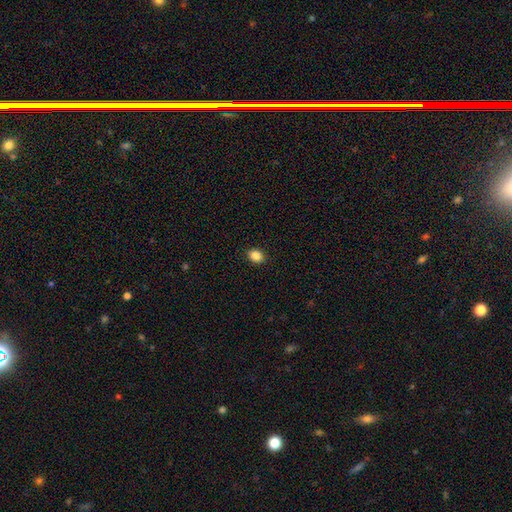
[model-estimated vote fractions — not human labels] Q: Smooth or featured?
A: smooth (86%); runner-up: star or artifact (10%)
Q: How rounded?
A: in between (57%); runner-up: round (42%)
Q: Merging?
A: none (91%); runner-up: minor disturbance (6%)